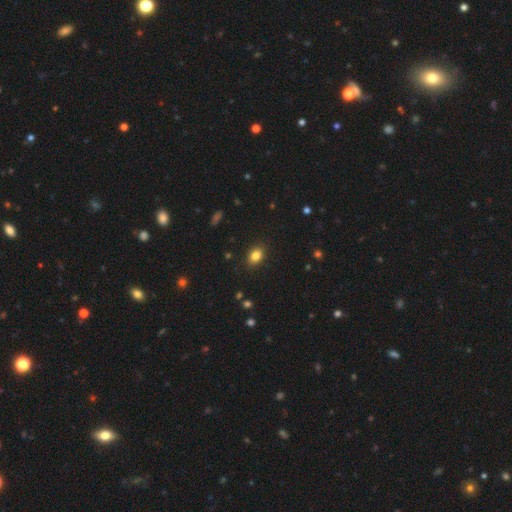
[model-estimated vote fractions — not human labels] Overall: smooth (83%). How rounded: in between (73%). Merging: none (88%).